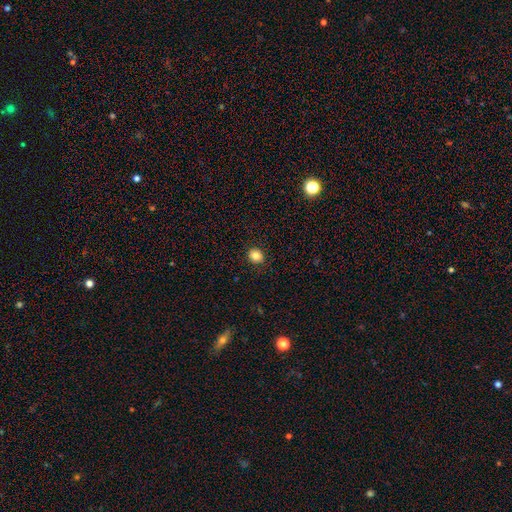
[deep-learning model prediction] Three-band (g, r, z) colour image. It shows a smooth galaxy with no disk features (83%) that is round (72%). Merging: none (91%).